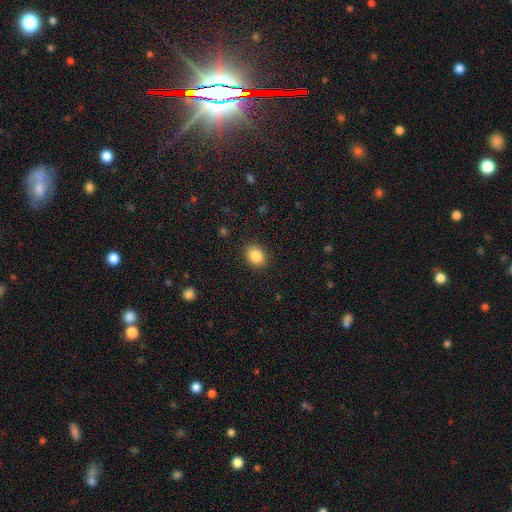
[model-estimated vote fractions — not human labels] Smooth or featured? smooth (86%)
How rounded? in between (58%)
Merging? none (89%)